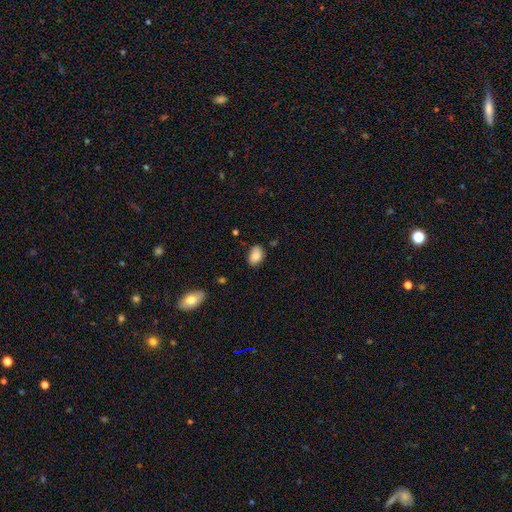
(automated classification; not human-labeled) This is clearly a smooth galaxy (85%). How rounded: clearly in between (86%). Merging: likely none (73%).